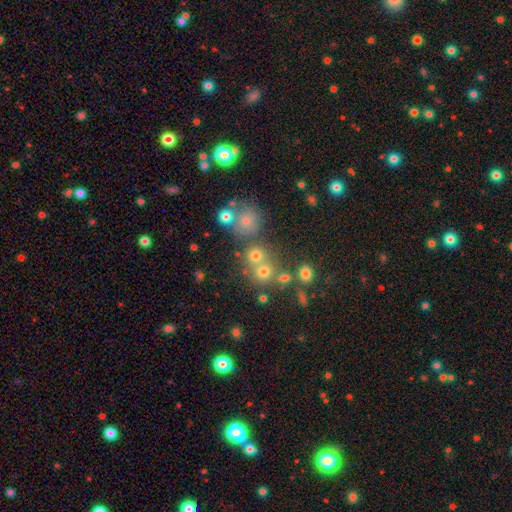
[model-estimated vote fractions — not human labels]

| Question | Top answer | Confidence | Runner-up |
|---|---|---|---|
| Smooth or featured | smooth | 71% | star or artifact (19%) |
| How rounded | round | 86% | in between (13%) |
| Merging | none | 58% | merger (30%) |